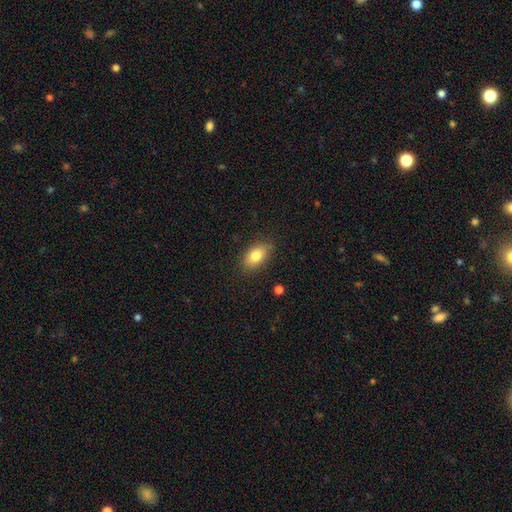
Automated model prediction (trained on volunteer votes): Smooth or featured? Predicted: smooth (p=0.81). How rounded? Predicted: in between (p=0.89). Merging? Predicted: none (p=0.84).